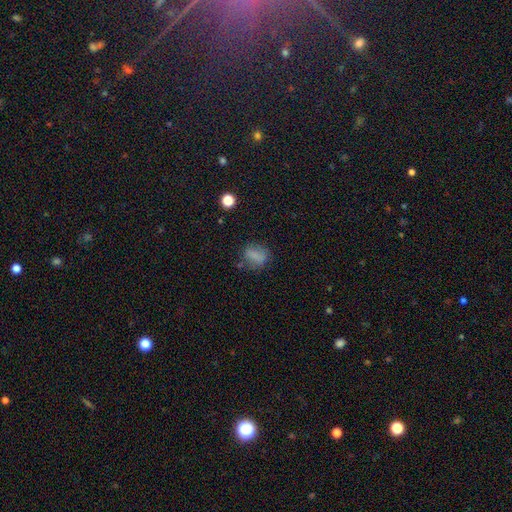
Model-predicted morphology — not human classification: This appears to be a smooth galaxy with no disk features (74%) that is in between round and cigar-shaped (58%). Merging: none (63%).